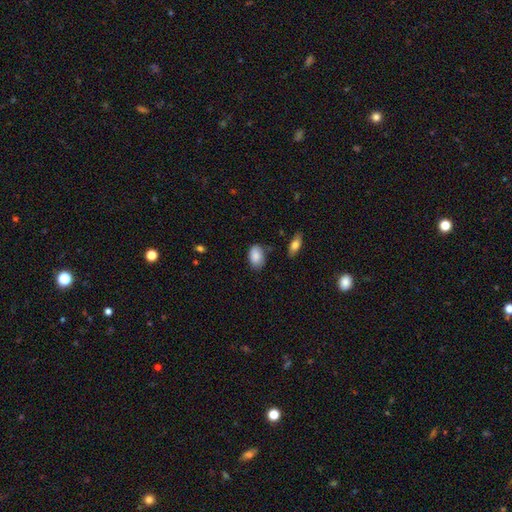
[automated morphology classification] A smooth galaxy with no disk features (88%) that is in between round and cigar-shaped (90%).

Vote fractions:
- Smooth or featured? smooth: 88% / star or artifact: 7% / featured or disk: 6%
- How rounded? in between: 90% / round: 9% / cigar-shaped: 1%
- Merging? none: 74% / minor disturbance: 19% / major disturbance: 4% / merger: 3%